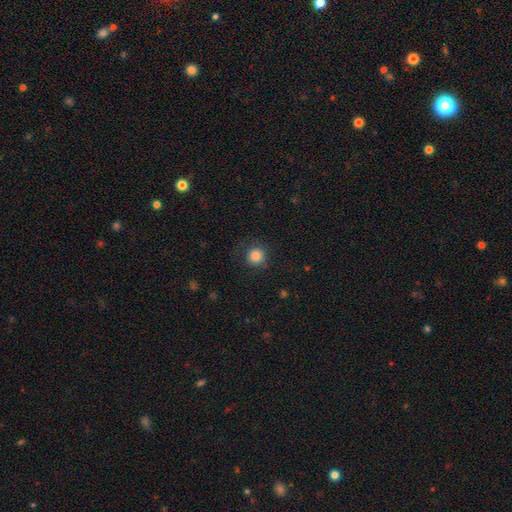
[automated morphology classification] Smooth or featured: smooth — 85% (star or artifact — 11%)
How rounded: round — 93% (in between — 6%)
Merging: none — 82% (minor disturbance — 12%)